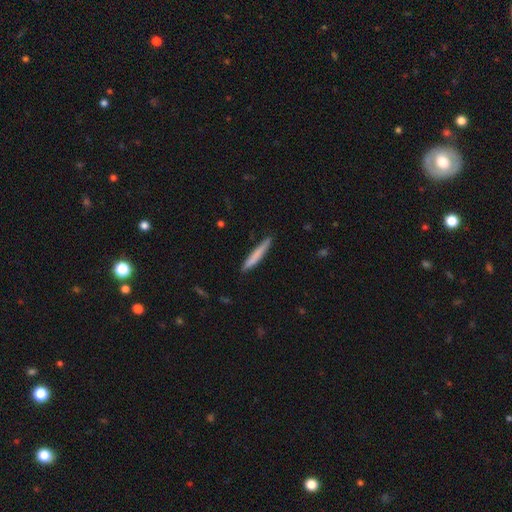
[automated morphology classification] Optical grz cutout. It shows a smooth galaxy with no disk features (76%) that is cigar-shaped (96%). Merging: none (88%).